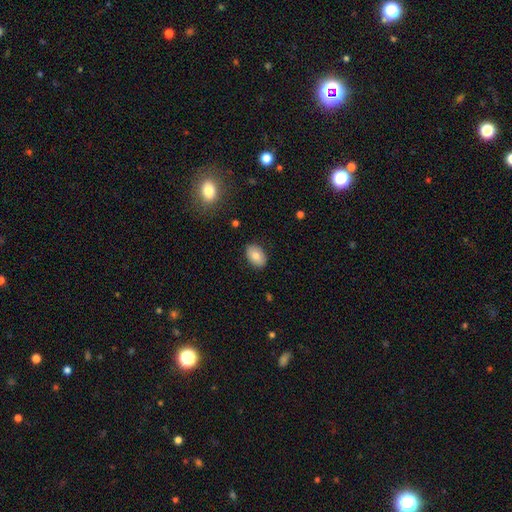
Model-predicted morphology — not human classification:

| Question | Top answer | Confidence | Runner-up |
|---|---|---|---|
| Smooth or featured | smooth | 79% | featured or disk (13%) |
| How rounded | in between | 88% | round (11%) |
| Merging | none | 86% | minor disturbance (10%) |